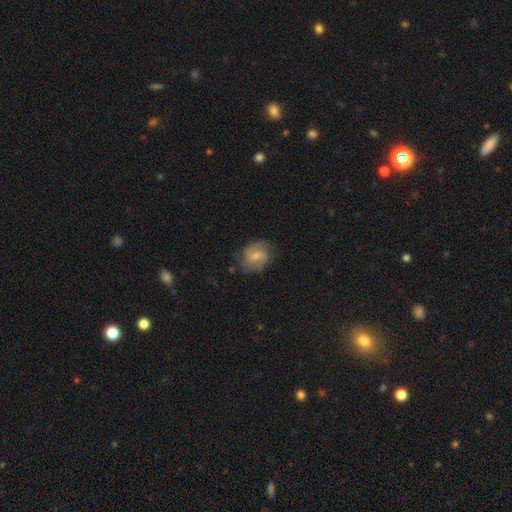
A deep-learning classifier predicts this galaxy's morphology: smooth_or_featured: featured or disk (p=0.56) [alt: smooth p=0.38]
disk_edge_on: no (p=0.98) [alt: yes p=0.02]
bar: weak (p=0.48) [alt: no p=0.44]
has_spiral_arms: yes (p=0.88) [alt: no p=0.12]
bulge_size: small (p=0.50) [alt: moderate p=0.39]
merging: none (p=0.70) [alt: minor disturbance p=0.21]